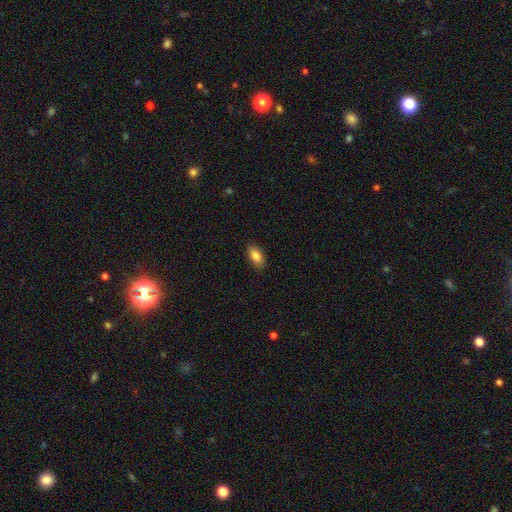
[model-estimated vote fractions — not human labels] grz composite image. It shows a smooth galaxy with no disk features (85%) that is in between round and cigar-shaped (89%). Merging: none (88%).